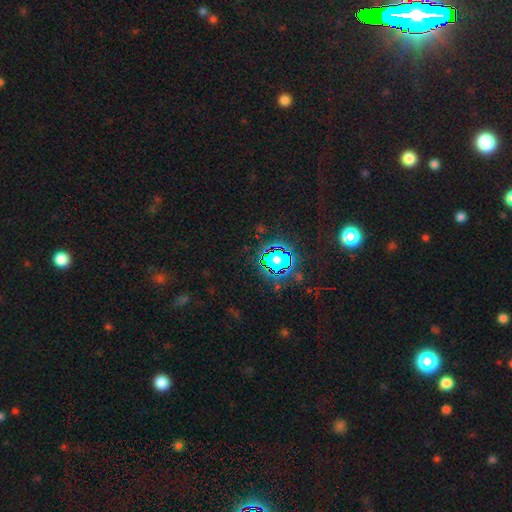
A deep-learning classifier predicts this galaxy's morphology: Smooth or featured: star or artifact — 79% (smooth — 13%)